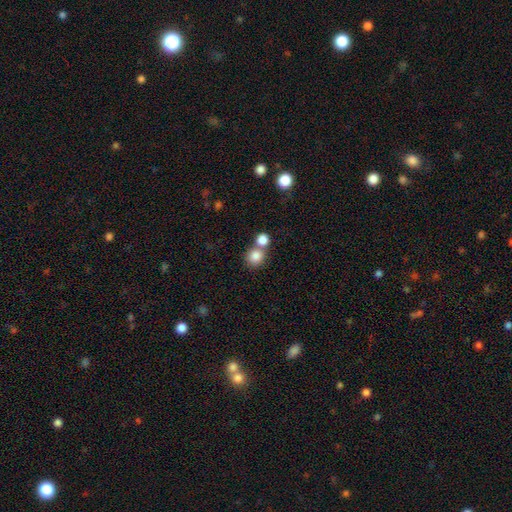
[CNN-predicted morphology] A smooth galaxy with no disk features (84%) that is round (88%). Merging: none (54%).